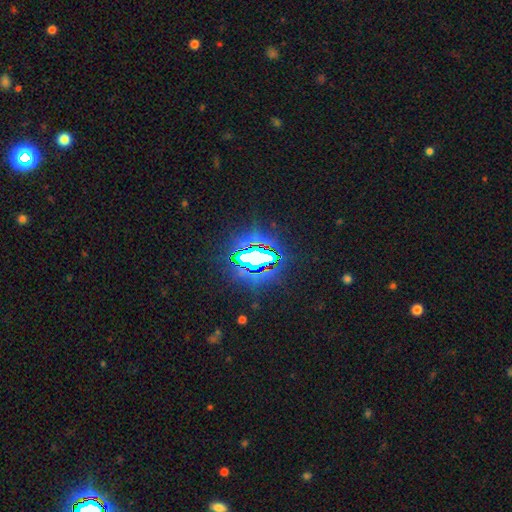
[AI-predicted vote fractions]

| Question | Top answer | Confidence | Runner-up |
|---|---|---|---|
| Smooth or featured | star or artifact | 75% | smooth (14%) |